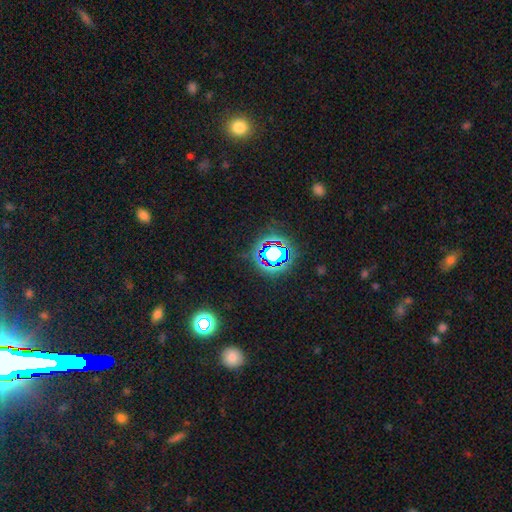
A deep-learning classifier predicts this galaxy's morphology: This is likely a star or artifact rather than a galaxy (78%).